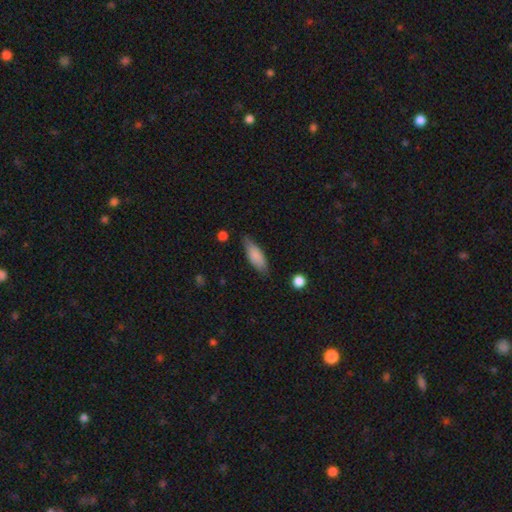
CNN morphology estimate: smooth_or_featured: smooth (p=0.82) [alt: featured or disk p=0.12]
how_rounded: in between (p=0.65) [alt: cigar-shaped p=0.33]
merging: none (p=0.73) [alt: minor disturbance p=0.21]